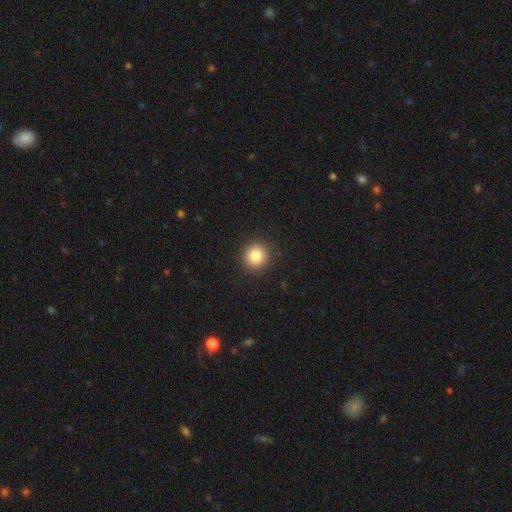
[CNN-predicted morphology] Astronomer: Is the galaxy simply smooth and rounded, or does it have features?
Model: smooth — 84%.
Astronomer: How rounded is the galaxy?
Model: round — 94%.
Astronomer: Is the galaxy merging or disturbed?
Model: none — 92%.